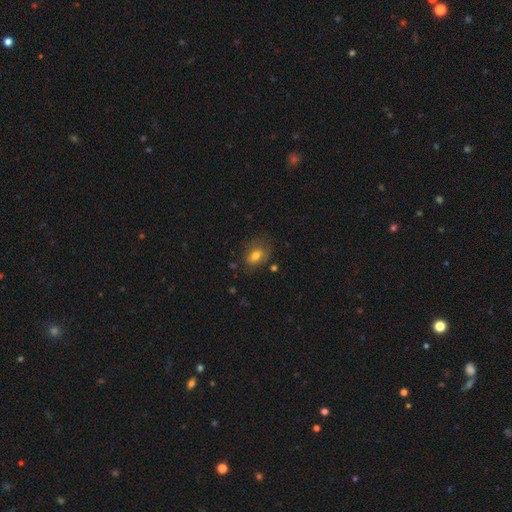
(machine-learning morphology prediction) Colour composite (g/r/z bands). It shows a smooth galaxy with no disk features (73%) that is in between round and cigar-shaped (73%). Merging: none (63%).